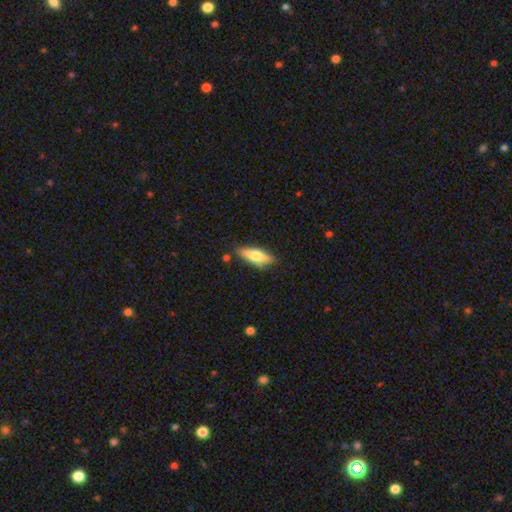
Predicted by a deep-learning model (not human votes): Overall: smooth (59%; featured or disk 35%). How rounded: in between (51%; cigar-shaped 46%). Merging: none (79%).